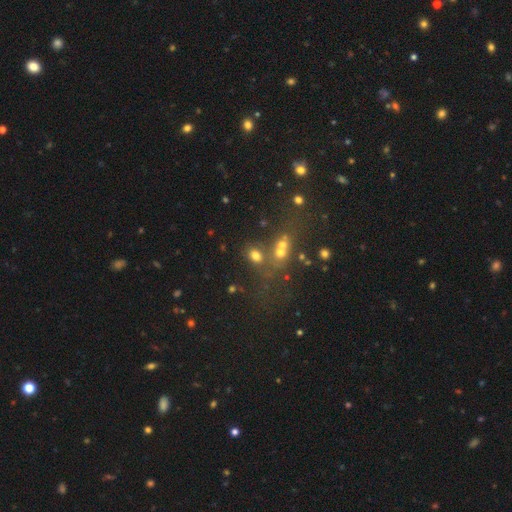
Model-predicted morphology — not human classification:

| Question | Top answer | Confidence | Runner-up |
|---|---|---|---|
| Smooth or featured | smooth | 66% | star or artifact (21%) |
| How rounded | in between | 58% | round (40%) |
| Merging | none | 49% | merger (31%) |